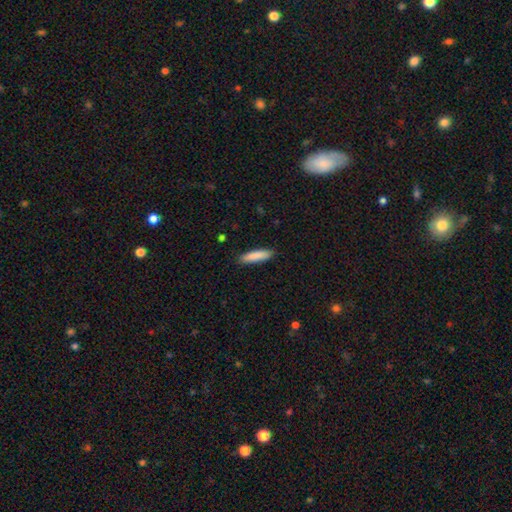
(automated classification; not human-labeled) Q: Smooth or featured?
A: smooth (87%); runner-up: featured or disk (7%)
Q: How rounded?
A: cigar-shaped (73%); runner-up: in between (26%)
Q: Merging?
A: none (88%); runner-up: minor disturbance (9%)